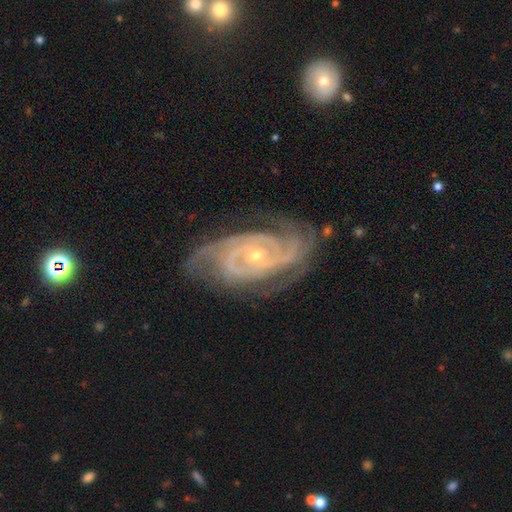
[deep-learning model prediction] This is clearly a featured or disk galaxy (92%). It is clearly not viewed edge-on (96%). Bar: likely no (63%). Spiral arm pattern: clearly yes (98%). Spiral arm count: marginally 2 (34%). Spiral winding: likely tight (70%). Central bulge: possibly small (60%). Merging: likely none (70%).